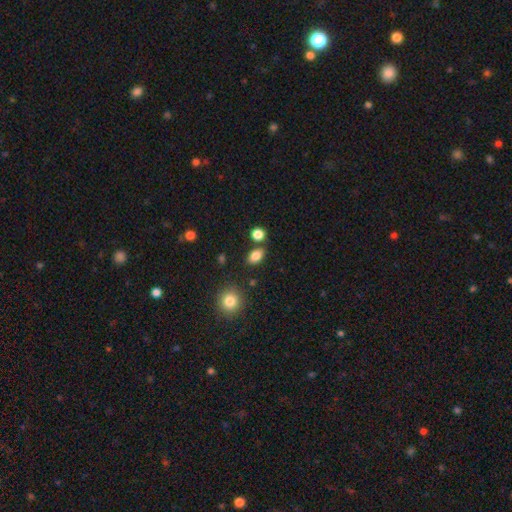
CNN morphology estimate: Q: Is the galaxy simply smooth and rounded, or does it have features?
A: smooth — 84%.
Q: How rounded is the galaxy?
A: in between — 82%.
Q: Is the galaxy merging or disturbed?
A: none — 77%.